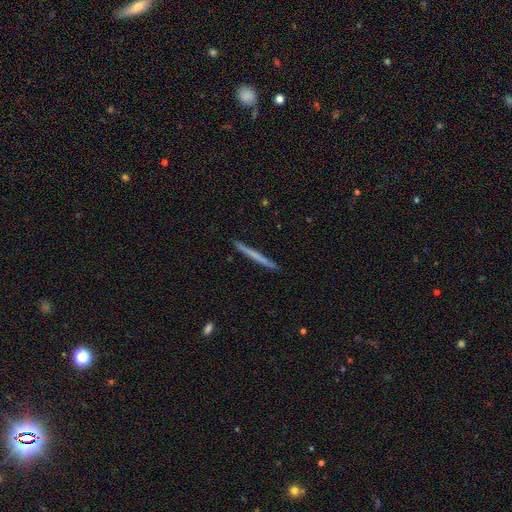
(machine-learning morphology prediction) Overall: smooth (53%; featured or disk 41%). How rounded: cigar-shaped (97%). Merging: none (92%).